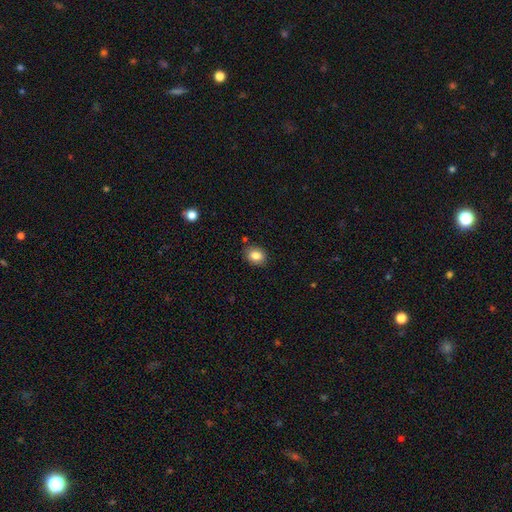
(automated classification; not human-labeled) Smooth or featured? smooth (84%)
How rounded? round (52%)
Merging? none (86%)